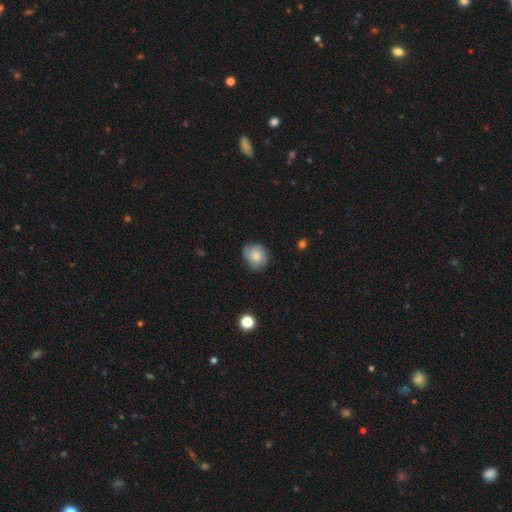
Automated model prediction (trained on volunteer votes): This is likely a smooth galaxy (68%). How rounded: likely round (70%). Merging: likely none (72%).